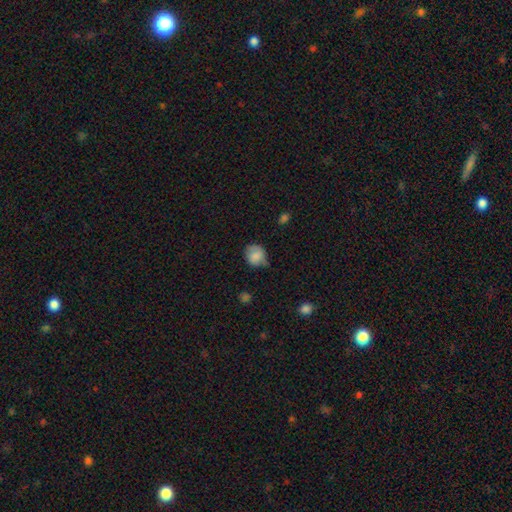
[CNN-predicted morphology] Smooth or featured? smooth (82%)
How rounded? round (75%)
Merging? none (52%)